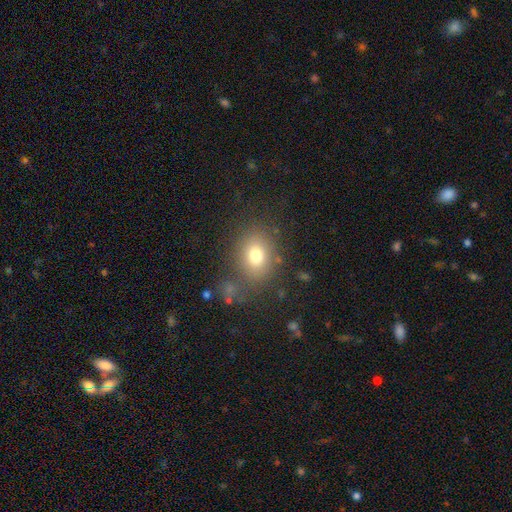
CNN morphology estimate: Q: Smooth or featured?
A: smooth (75%); runner-up: star or artifact (14%)
Q: How rounded?
A: round (52%); runner-up: in between (47%)
Q: Merging?
A: none (74%); runner-up: minor disturbance (13%)